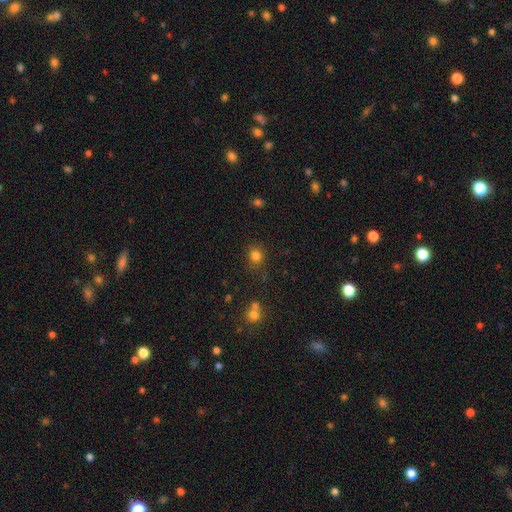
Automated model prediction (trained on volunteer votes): Smooth or featured? smooth (81%)
How rounded? round (77%)
Merging? none (79%)